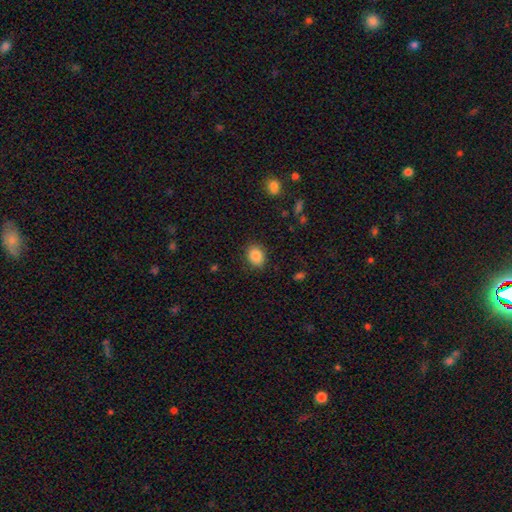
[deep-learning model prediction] Smooth or featured?
  - smooth: 87% *
  - star or artifact: 9%
  - featured or disk: 5%
How rounded?
  - in between: 60% *
  - round: 39%
  - cigar-shaped: 1%
Merging?
  - none: 87% *
  - minor disturbance: 9%
  - major disturbance: 3%
  - merger: 1%